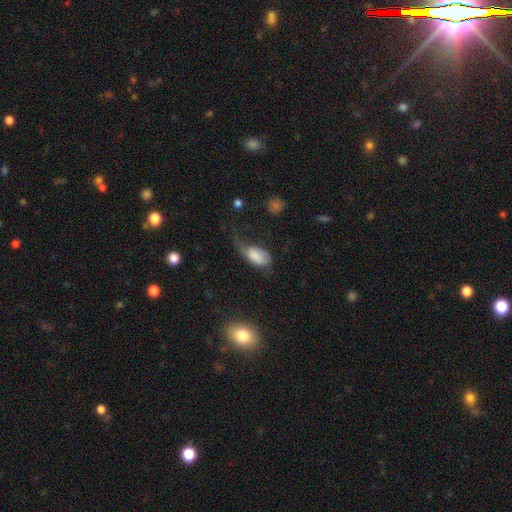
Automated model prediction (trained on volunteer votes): smooth-or-featured: smooth: 74% | featured or disk: 18% | star or artifact: 8%
  how-rounded: in between: 91% | round: 6% | cigar-shaped: 3%
  merging: major disturbance: 49% | minor disturbance: 28% | none: 20% | merger: 4%